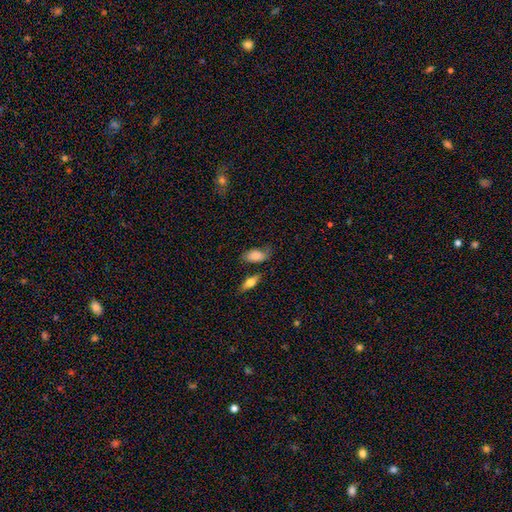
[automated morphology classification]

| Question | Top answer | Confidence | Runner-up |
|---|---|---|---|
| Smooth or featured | smooth | 80% | featured or disk (13%) |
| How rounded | in between | 90% | round (5%) |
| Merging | none | 58% | minor disturbance (26%) |